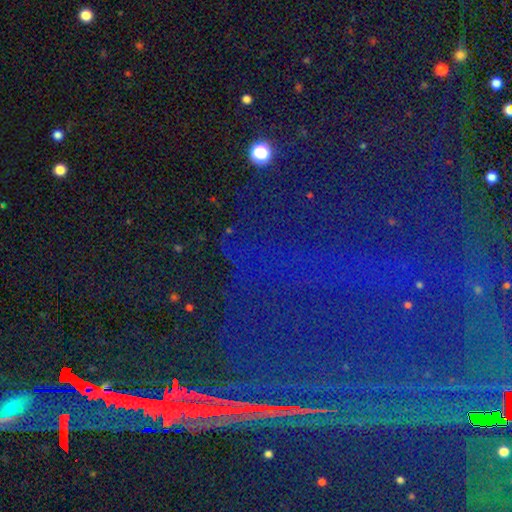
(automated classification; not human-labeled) A star or artifact, not a galaxy (82%).